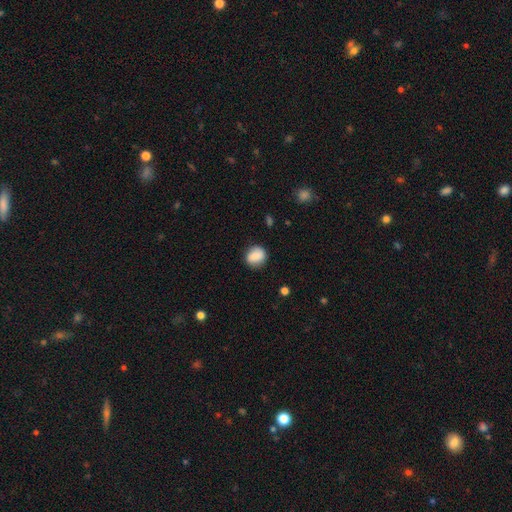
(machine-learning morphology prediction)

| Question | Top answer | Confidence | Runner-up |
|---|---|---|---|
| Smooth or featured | smooth | 78% | featured or disk (14%) |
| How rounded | round | 75% | in between (24%) |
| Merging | none | 80% | minor disturbance (15%) |